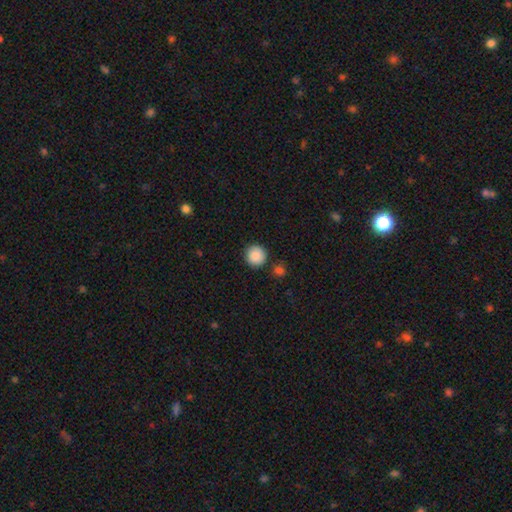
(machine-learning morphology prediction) smooth 89%, star or artifact 8%, featured or disk 3%. Down the decision tree: how rounded — round (94%); merging — none (87%).